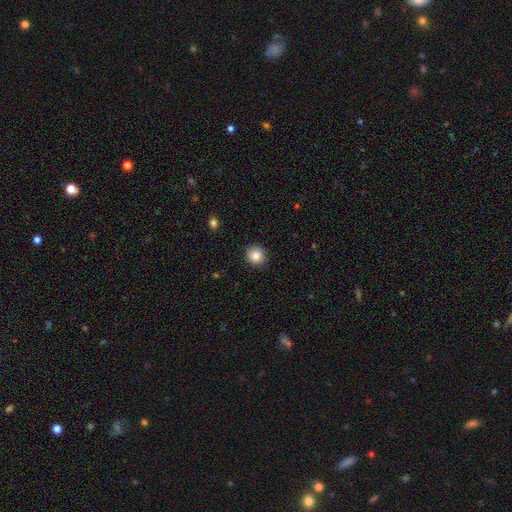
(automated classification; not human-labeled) Overall: smooth (87%). How rounded: round (91%). Merging: none (90%).